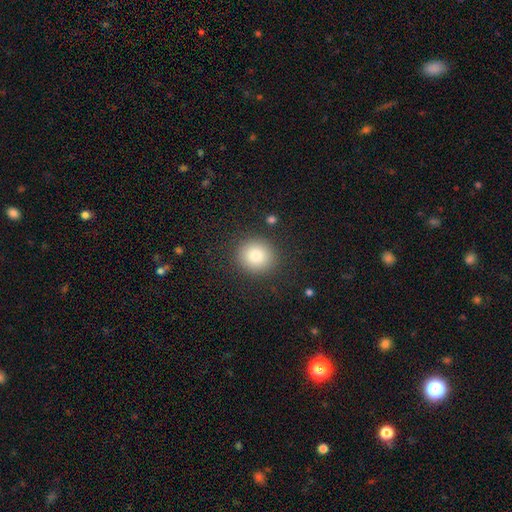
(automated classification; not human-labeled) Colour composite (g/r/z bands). It shows a smooth galaxy with no disk features (81%) that is round (88%). Merging: none (88%).